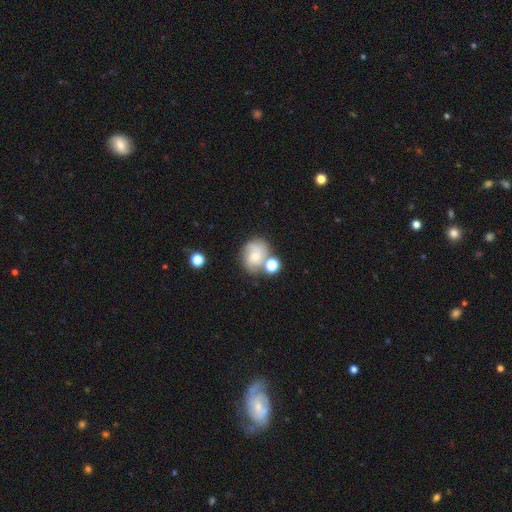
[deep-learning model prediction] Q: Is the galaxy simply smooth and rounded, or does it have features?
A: featured or disk — 48%.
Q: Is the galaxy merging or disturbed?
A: none — 49%.